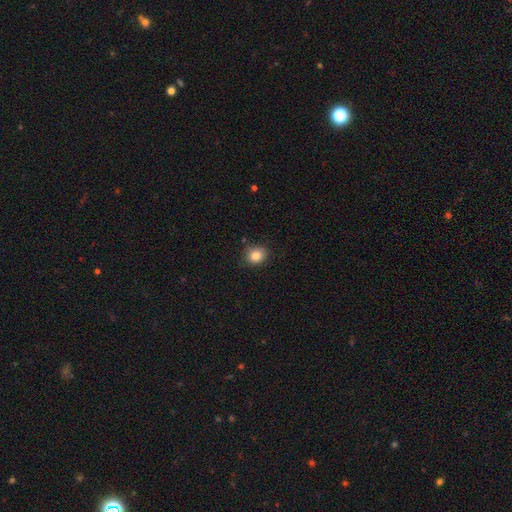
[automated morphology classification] This is clearly a smooth galaxy (85%). How rounded: likely round (72%). Merging: clearly none (84%).